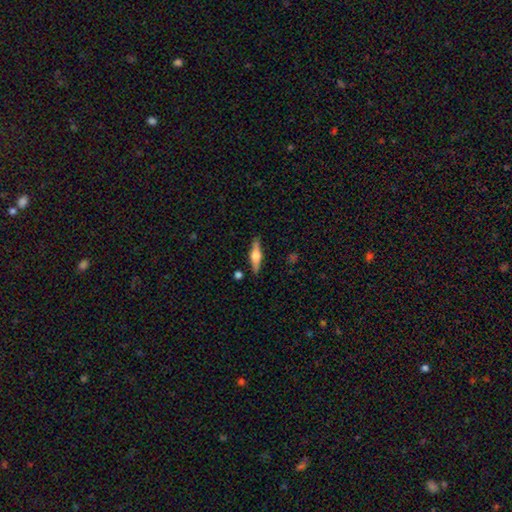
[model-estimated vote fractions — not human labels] A featured or disk galaxy (65%) viewed edge-on (97%) with a rounded central bulge (91%). Merging: none (88%).